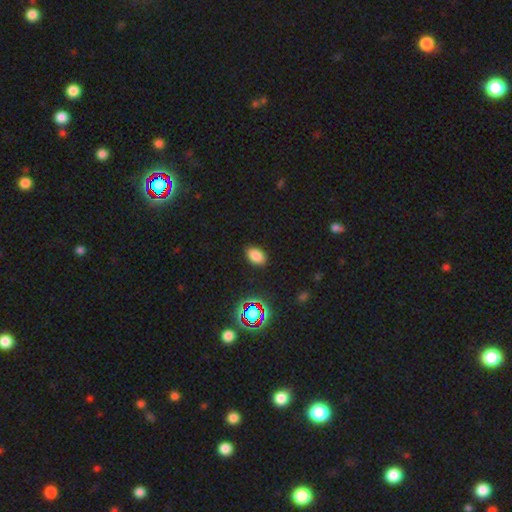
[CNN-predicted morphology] A smooth galaxy with no disk features (80%) that is in between round and cigar-shaped (88%). Merging: none (88%).